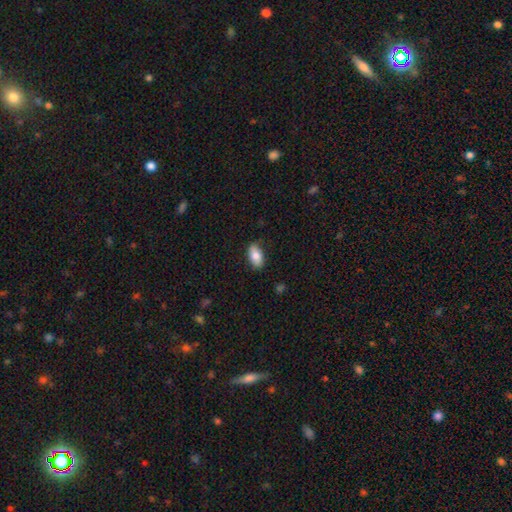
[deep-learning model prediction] Smooth or featured: smooth — 81% (featured or disk — 13%)
How rounded: in between — 92% (round — 4%)
Merging: none — 82% (minor disturbance — 14%)